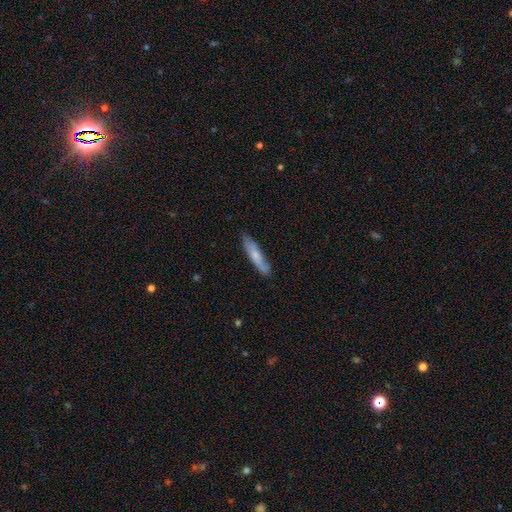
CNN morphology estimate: type=smooth (60%); roundness=cigar-shaped (84%); merging=none (78%).